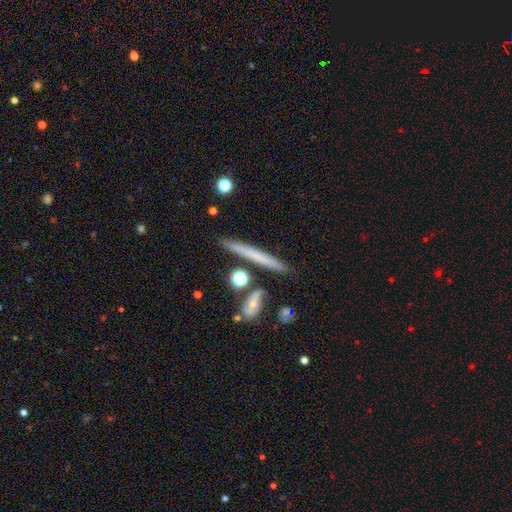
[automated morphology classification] This is possibly a smooth galaxy (56%). How rounded: clearly cigar-shaped (92%). Merging: clearly none (83%).